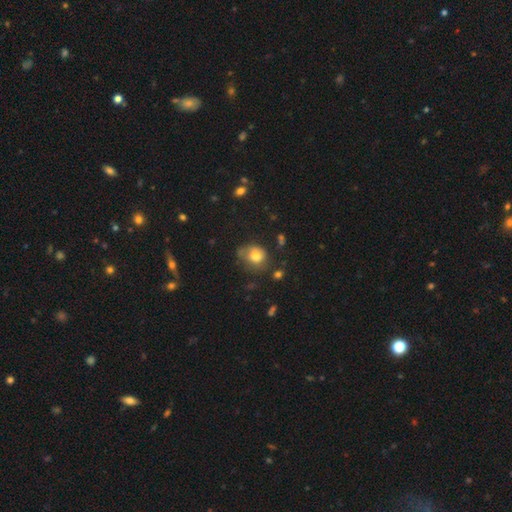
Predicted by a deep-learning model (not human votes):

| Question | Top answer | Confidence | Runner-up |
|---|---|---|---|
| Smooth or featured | smooth | 75% | featured or disk (15%) |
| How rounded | round | 63% | in between (36%) |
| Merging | none | 48% | minor disturbance (32%) |